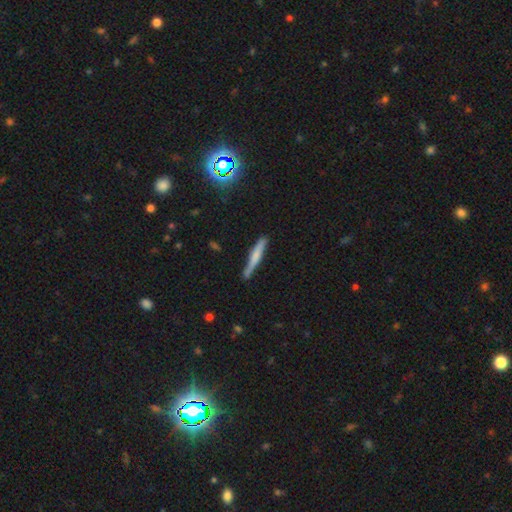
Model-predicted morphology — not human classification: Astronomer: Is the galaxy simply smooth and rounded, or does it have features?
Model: smooth — 57% (runner-up: featured or disk, 37%).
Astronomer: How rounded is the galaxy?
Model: cigar-shaped — 94%.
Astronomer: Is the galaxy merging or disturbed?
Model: none — 76%.